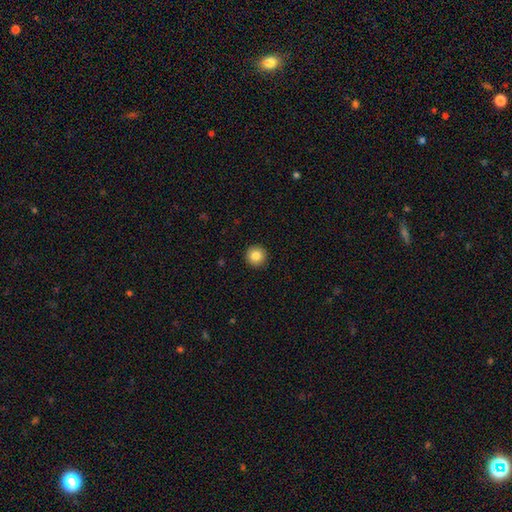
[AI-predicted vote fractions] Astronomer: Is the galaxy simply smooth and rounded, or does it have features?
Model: smooth — 84%.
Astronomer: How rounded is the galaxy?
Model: round — 96%.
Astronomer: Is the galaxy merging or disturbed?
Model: none — 93%.